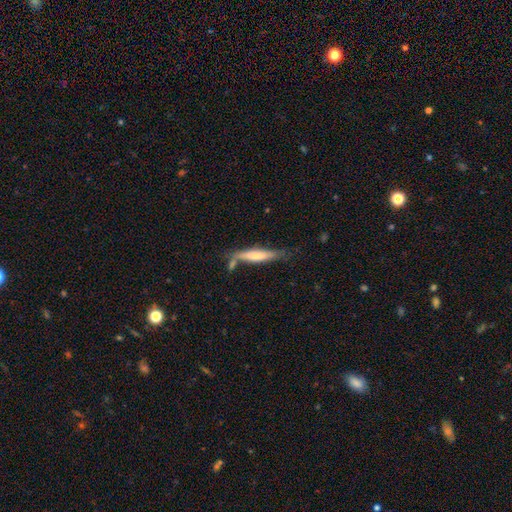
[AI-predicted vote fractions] The model was most divided on "merging": none: 48%, minor disturbance: 24%, merger: 18%, major disturbance: 10%. More confident: how rounded — cigar-shaped (83%); smooth or featured — smooth (62%).